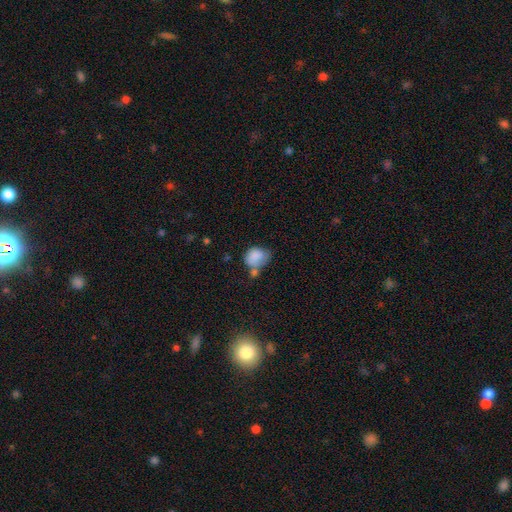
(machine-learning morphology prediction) smooth_or_featured: smooth (p=0.79) [alt: featured or disk p=0.13]
how_rounded: in between (p=0.54) [alt: round p=0.45]
merging: none (p=0.30) [alt: merger p=0.28]